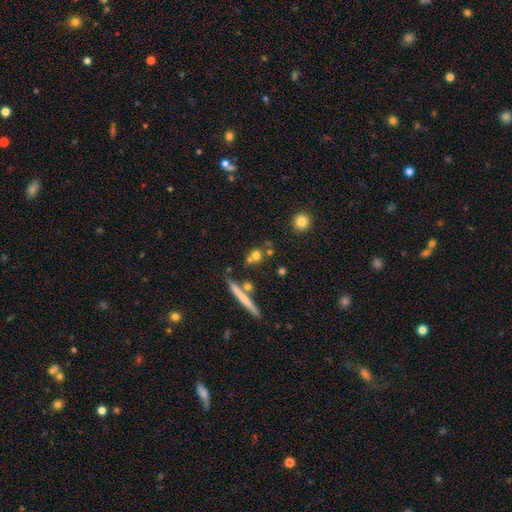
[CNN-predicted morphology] Smooth or featured? smooth (69%)
How rounded? round (70%)
Merging? none (61%)